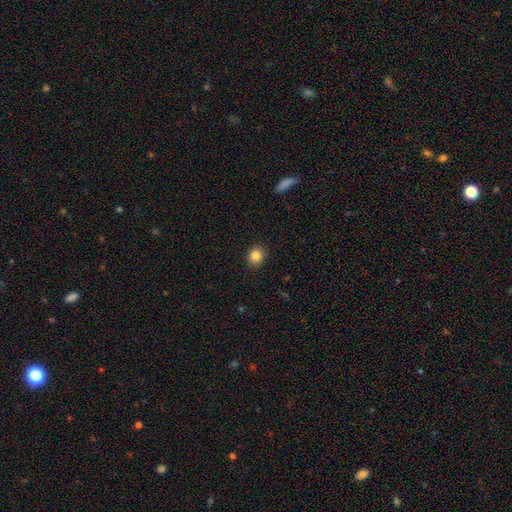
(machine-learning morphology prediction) type=smooth (85%); roundness=round (77%); merging=none (90%).